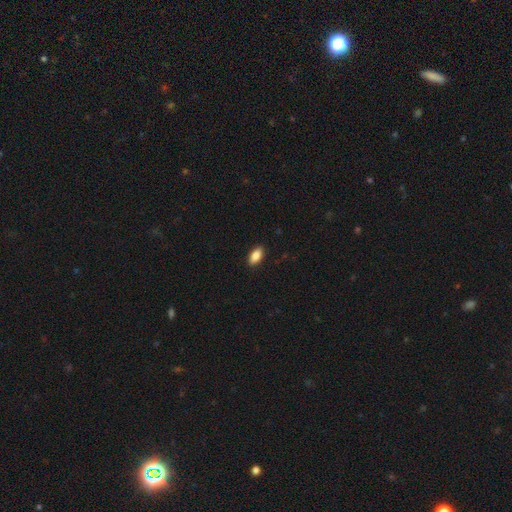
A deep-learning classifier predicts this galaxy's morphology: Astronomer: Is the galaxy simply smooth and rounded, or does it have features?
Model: smooth — 86%.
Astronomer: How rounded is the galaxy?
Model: in between — 89%.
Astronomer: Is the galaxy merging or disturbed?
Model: none — 89%.